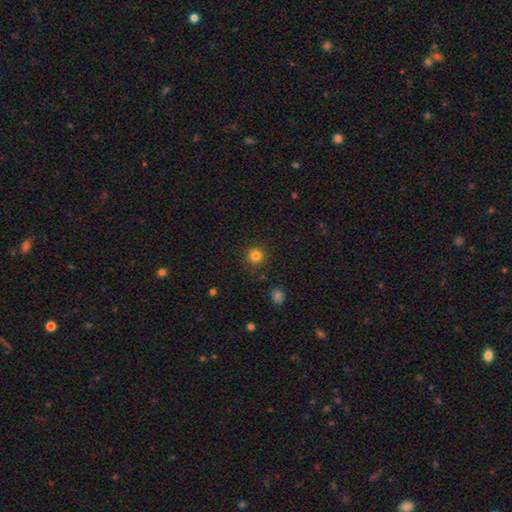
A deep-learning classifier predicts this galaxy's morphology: smooth-or-featured: smooth: 82% | star or artifact: 13% | featured or disk: 5%
  how-rounded: round: 94% | in between: 5% | cigar-shaped: 1%
  merging: none: 90% | minor disturbance: 7% | major disturbance: 2% | merger: 2%